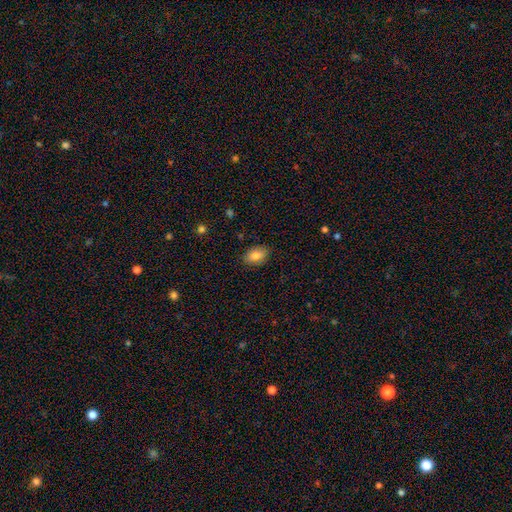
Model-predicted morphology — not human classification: Smooth or featured? Predicted: smooth (p=0.84). How rounded? Predicted: in between (p=0.91). Merging? Predicted: none (p=0.87).